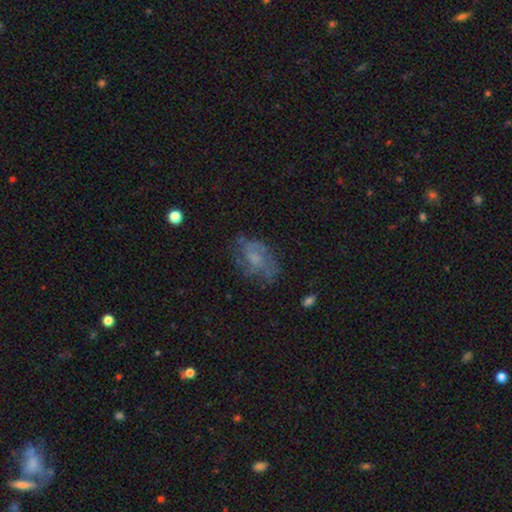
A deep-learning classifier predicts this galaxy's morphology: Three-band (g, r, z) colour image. It shows a featured or disk galaxy (55%) with no bar (67%), spiral arms (73%) and a small central bulge (37%). Merging: none (63%).